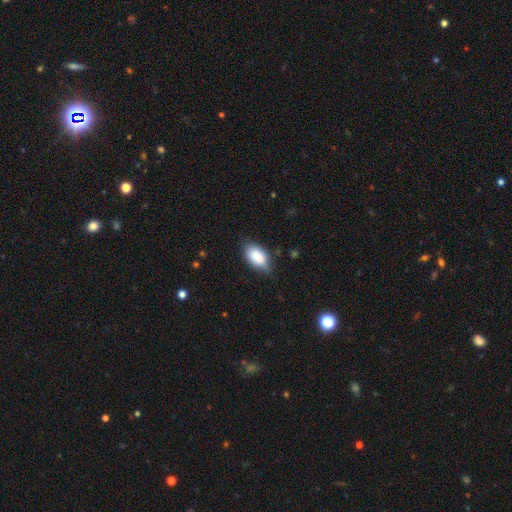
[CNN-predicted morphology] The model was most divided on "merging": none: 66%, minor disturbance: 25%, major disturbance: 5%, merger: 4%. More confident: how rounded — in between (92%); smooth or featured — smooth (83%).